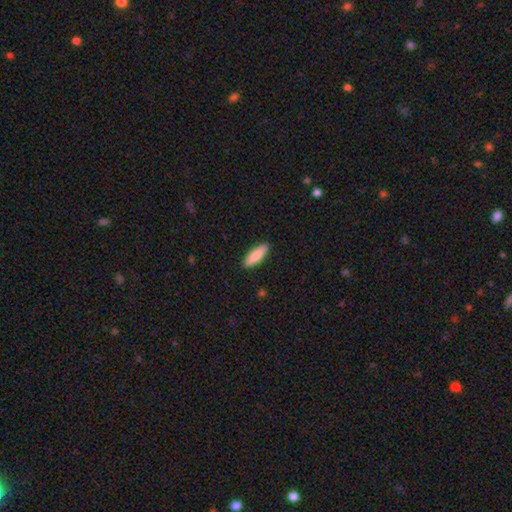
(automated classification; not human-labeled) This is clearly a smooth galaxy (84%). How rounded: possibly cigar-shaped (55%). Merging: clearly none (90%).